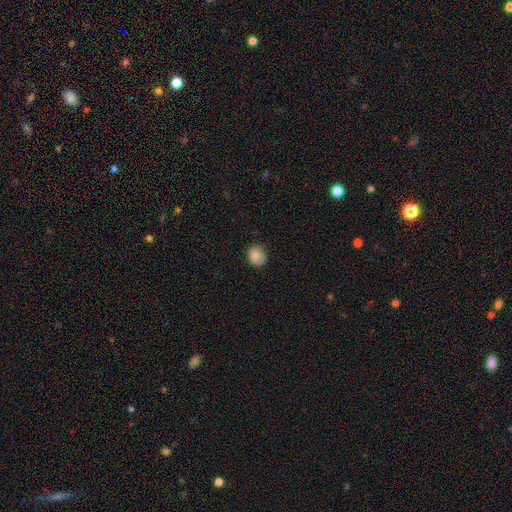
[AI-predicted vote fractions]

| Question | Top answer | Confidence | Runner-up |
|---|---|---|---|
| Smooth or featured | smooth | 87% | star or artifact (9%) |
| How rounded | round | 69% | in between (30%) |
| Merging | none | 79% | minor disturbance (17%) |